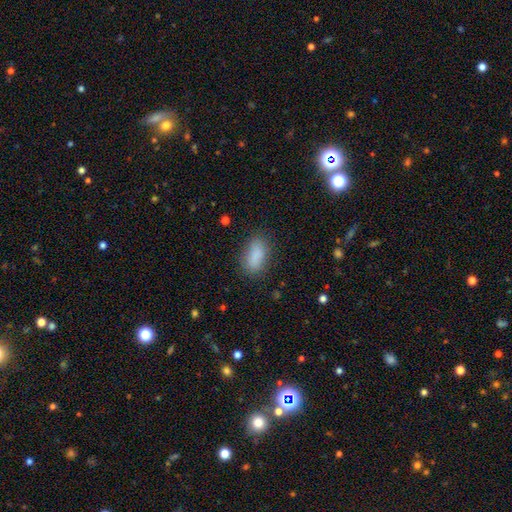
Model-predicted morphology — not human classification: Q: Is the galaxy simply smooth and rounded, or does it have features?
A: smooth — 86%.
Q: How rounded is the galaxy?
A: in between — 90%.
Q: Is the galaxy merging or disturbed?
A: none — 79%.